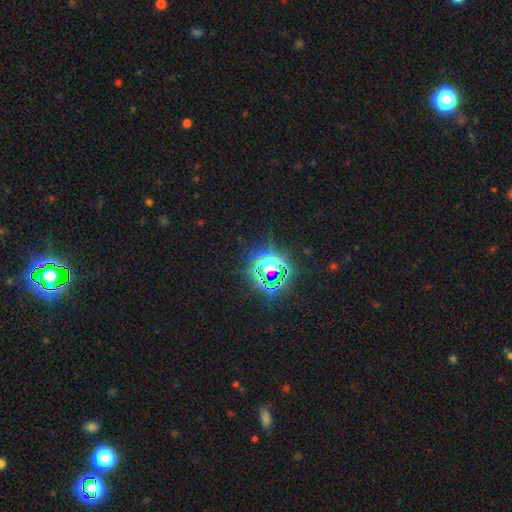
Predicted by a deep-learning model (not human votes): smooth_or_featured: star or artifact (p=0.80) [alt: smooth p=0.13]